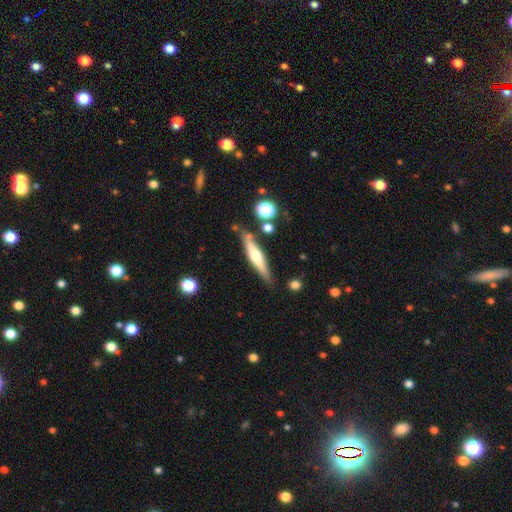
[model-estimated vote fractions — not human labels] A featured or disk galaxy (56%) viewed edge-on (95%) with a rounded central bulge (83%). Merging: none (81%).